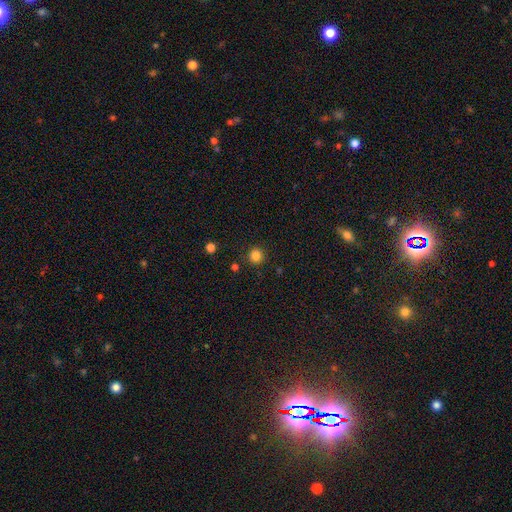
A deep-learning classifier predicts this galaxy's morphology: Overall: smooth (84%). How rounded: round (94%). Merging: none (89%).